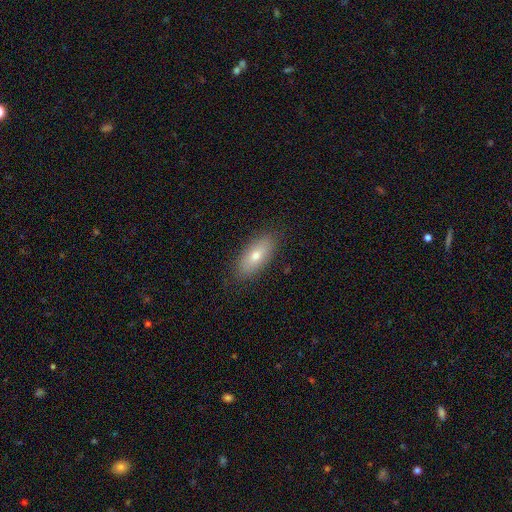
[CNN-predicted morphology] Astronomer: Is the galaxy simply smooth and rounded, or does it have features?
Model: smooth — 70%.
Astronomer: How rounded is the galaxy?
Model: in between — 81%.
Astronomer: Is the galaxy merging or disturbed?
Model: none — 86%.